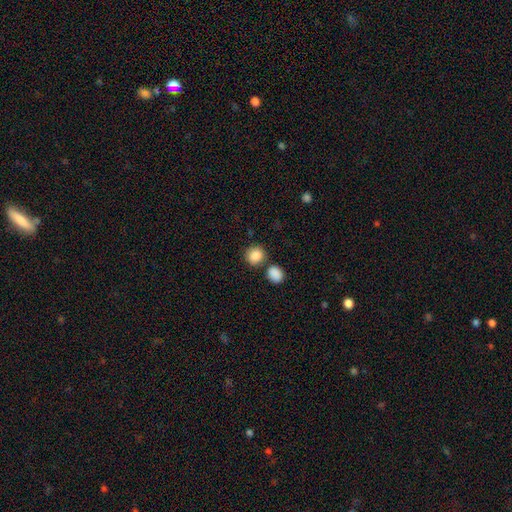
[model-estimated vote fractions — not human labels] smooth 87%, star or artifact 8%, featured or disk 4%. Down the decision tree: how rounded — round (84%); merging — none (72%).